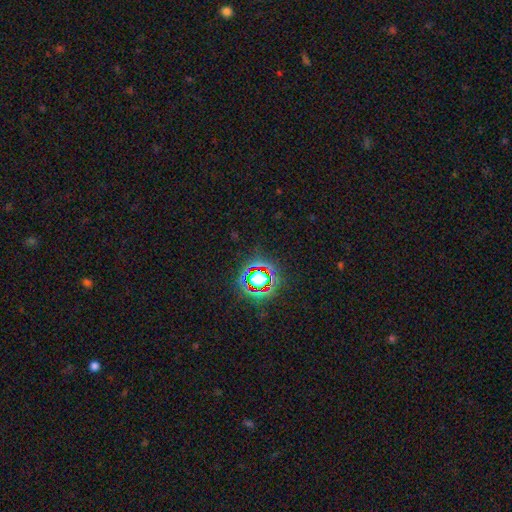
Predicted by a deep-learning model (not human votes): This appears to be a star or artifact, not a galaxy (79%).